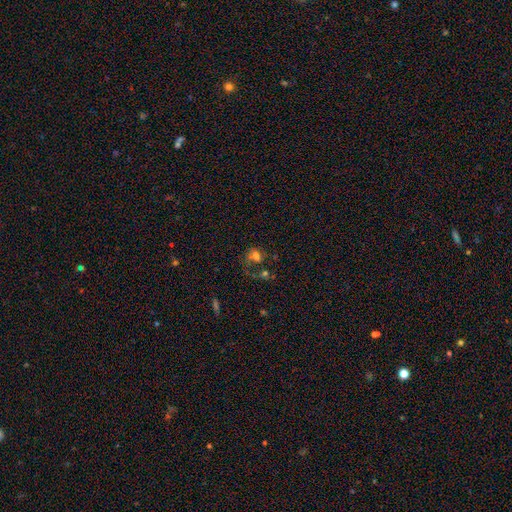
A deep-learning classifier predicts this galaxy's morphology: Smooth or featured?
  - smooth: 46% *
  - featured or disk: 32%
  - star or artifact: 22%
Merging?
  - major disturbance: 32% *
  - none: 29%
  - merger: 25%
  - minor disturbance: 14%